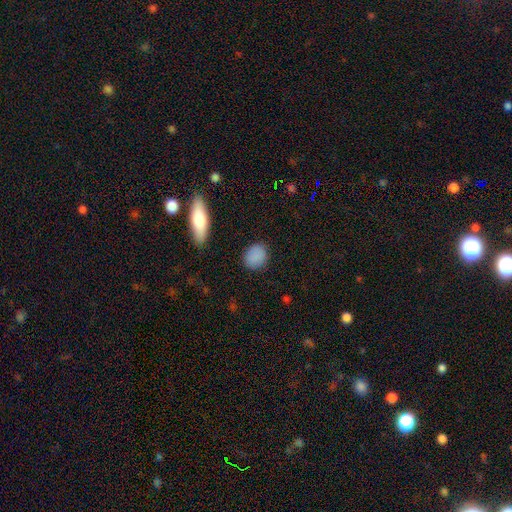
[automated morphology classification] Overall: smooth (86%). How rounded: round (58%; in between 40%). Merging: none (85%).